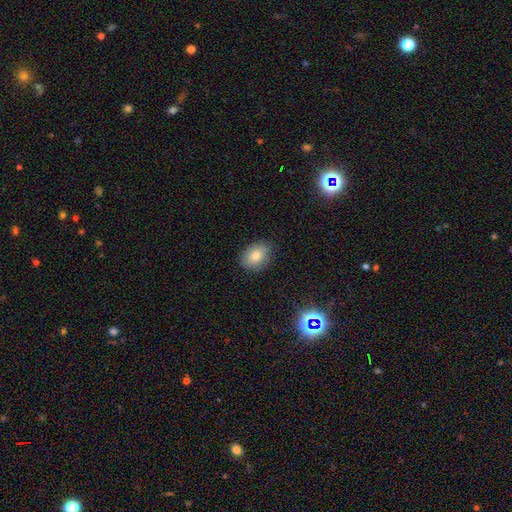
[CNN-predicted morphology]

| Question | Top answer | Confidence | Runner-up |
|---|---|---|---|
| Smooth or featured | smooth | 78% | star or artifact (12%) |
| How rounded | in between | 70% | round (29%) |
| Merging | none | 83% | minor disturbance (13%) |